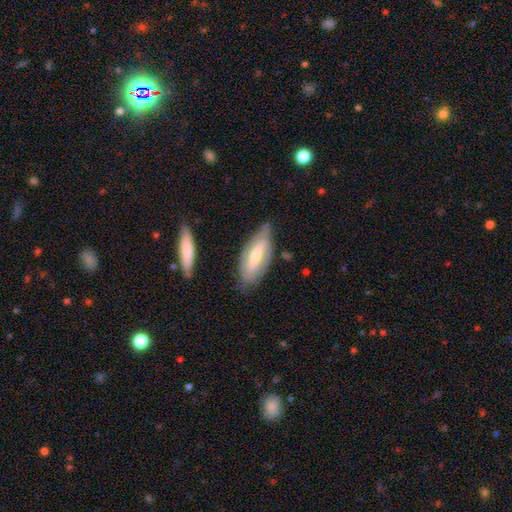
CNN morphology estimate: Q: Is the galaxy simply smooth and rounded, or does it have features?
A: featured or disk — 58%.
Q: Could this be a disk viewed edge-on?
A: no — 81%.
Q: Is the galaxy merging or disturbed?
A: none — 67%.